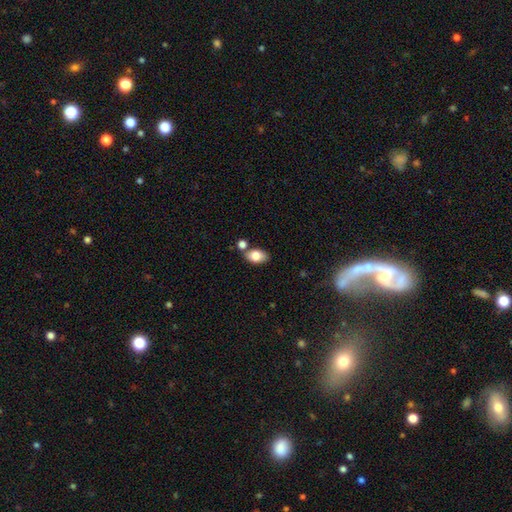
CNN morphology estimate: Smooth or featured? smooth (81%)
How rounded? in between (88%)
Merging? none (69%)